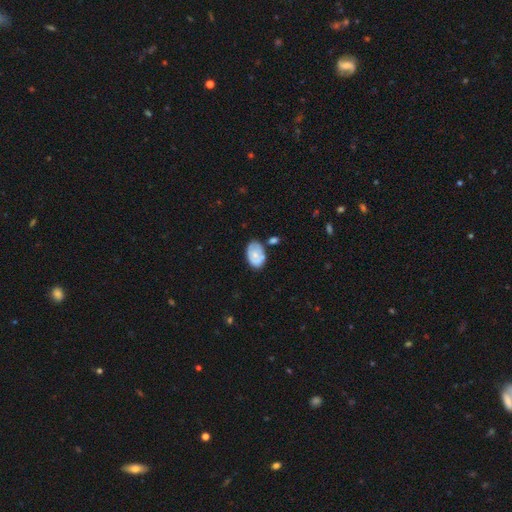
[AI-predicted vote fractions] Smooth or featured?
  - smooth: 59% *
  - featured or disk: 34%
  - star or artifact: 7%
How rounded?
  - in between: 88% *
  - round: 11%
  - cigar-shaped: 1%
Merging?
  - none: 58% *
  - minor disturbance: 25%
  - merger: 11%
  - major disturbance: 6%